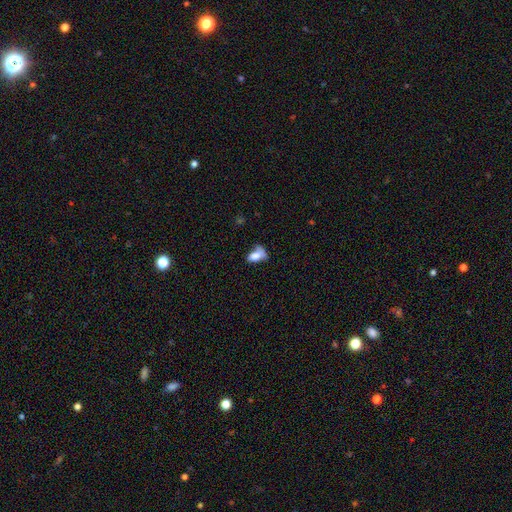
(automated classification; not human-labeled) Smooth or featured? smooth (70%)
How rounded? in between (83%)
Merging? major disturbance (29%)